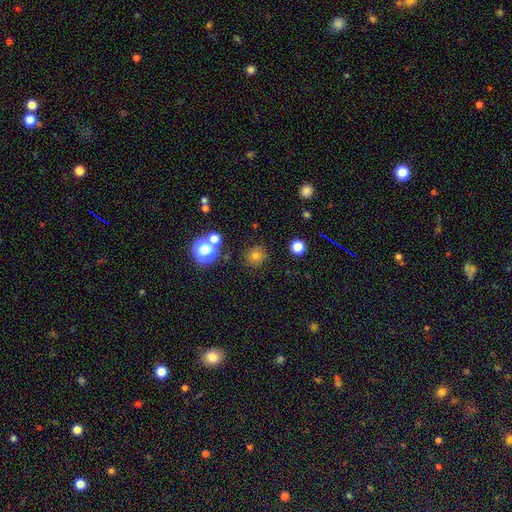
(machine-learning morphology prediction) Overall: smooth (73%). How rounded: round (90%). Merging: none (85%).